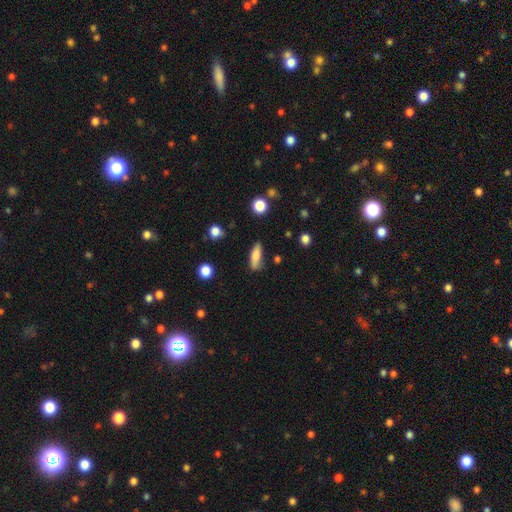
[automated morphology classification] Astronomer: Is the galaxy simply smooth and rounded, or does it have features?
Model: smooth — 77%.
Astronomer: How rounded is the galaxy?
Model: in between — 51% (runner-up: cigar-shaped, 45%).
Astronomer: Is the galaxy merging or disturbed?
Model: none — 71%.